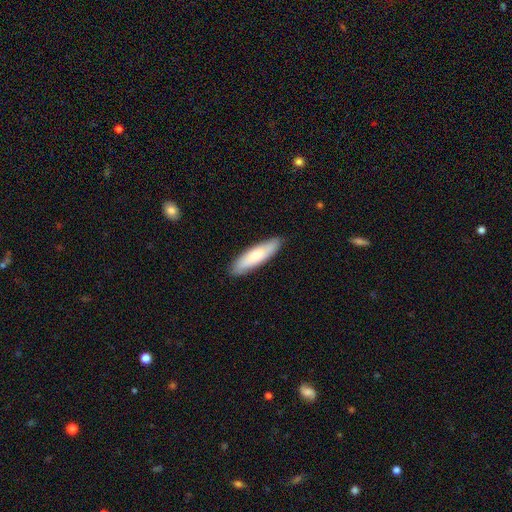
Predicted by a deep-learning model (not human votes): Smooth or featured? Predicted: smooth (p=0.75). How rounded? Predicted: cigar-shaped (p=0.63). Merging? Predicted: none (p=0.88).